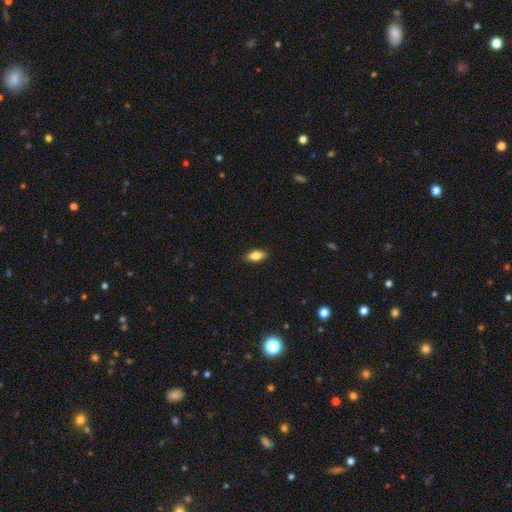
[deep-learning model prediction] This is likely a smooth galaxy (80%). How rounded: clearly in between (86%). Merging: clearly none (89%).